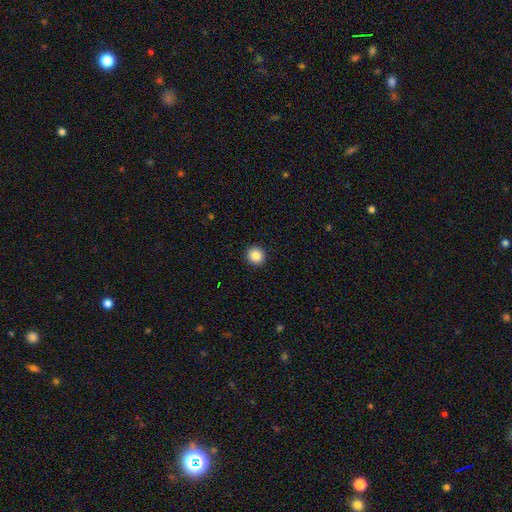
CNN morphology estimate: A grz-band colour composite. It shows a smooth galaxy with no disk features (87%) that is round (88%). Merging: none (92%).